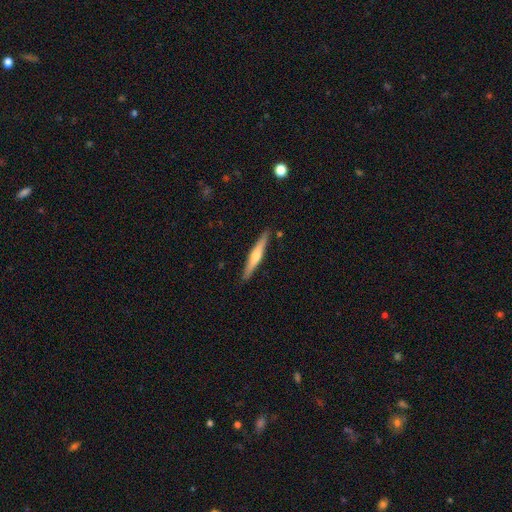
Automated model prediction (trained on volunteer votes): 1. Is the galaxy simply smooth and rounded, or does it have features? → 56% featured or disk, 38% smooth, 5% star or artifact.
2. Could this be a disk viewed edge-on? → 97% yes, 3% no.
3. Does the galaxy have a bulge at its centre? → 84% rounded, 12% none, 5% boxy.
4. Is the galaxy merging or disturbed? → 89% none, 8% minor disturbance, 2% merger, 1% major disturbance.